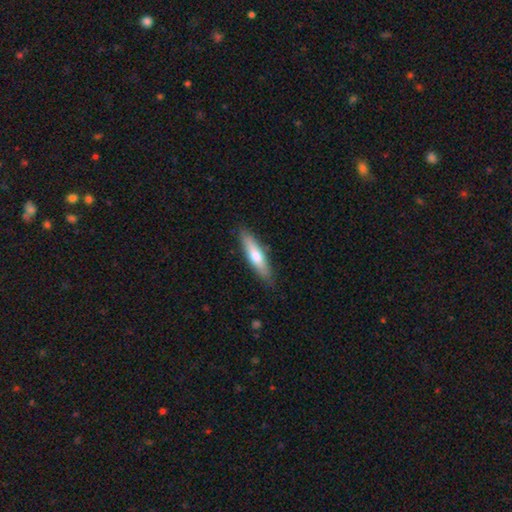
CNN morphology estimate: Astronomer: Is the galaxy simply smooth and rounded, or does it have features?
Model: smooth — 66%.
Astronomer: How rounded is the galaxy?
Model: cigar-shaped — 76%.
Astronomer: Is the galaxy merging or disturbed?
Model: none — 86%.